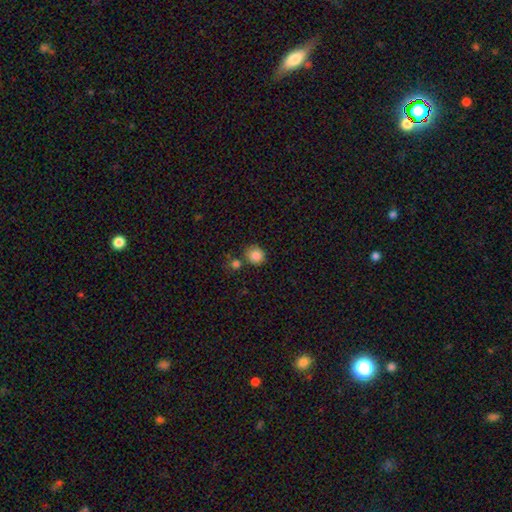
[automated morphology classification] This appears to be a smooth galaxy with no disk features (86%) that is round (87%). Merging: none (73%).